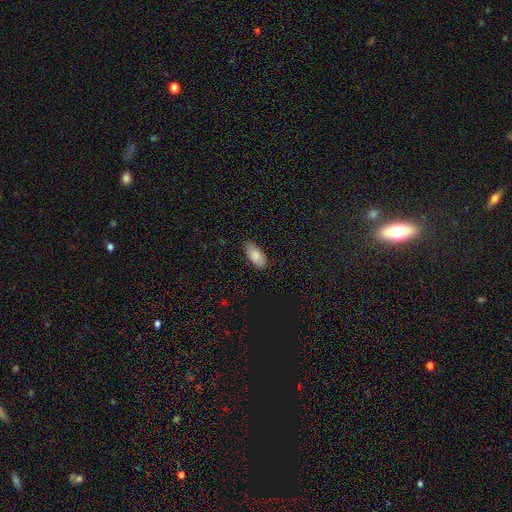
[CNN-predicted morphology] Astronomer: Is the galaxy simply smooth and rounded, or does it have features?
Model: smooth — 84%.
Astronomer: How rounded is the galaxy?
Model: in between — 89%.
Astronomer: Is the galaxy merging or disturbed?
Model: none — 80%.